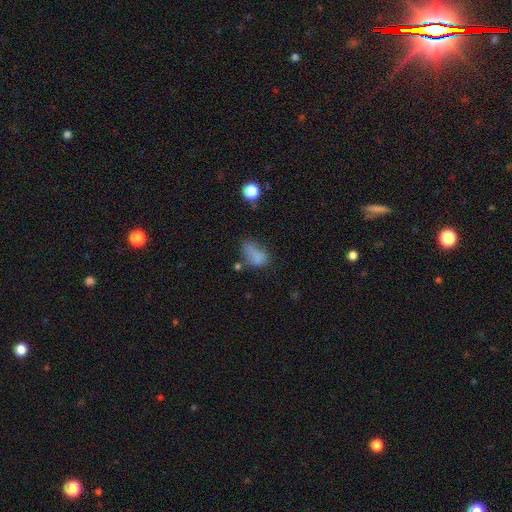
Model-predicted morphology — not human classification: This is likely a smooth galaxy (72%). How rounded: clearly in between (83%). Merging: marginally none (39%).